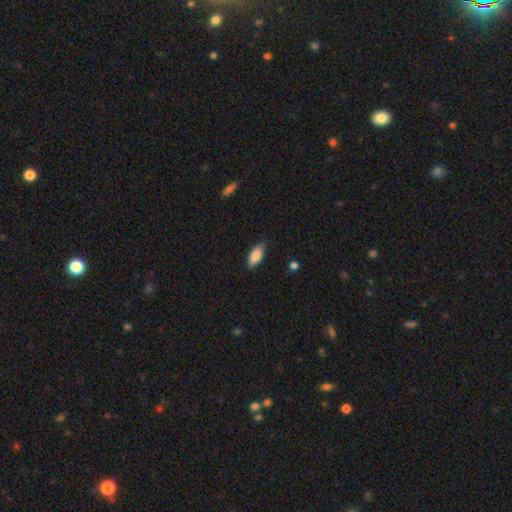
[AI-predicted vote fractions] smooth_or_featured: smooth (p=0.86) [alt: featured or disk p=0.08]
how_rounded: in between (p=0.84) [alt: cigar-shaped p=0.14]
merging: none (p=0.75) [alt: minor disturbance p=0.20]